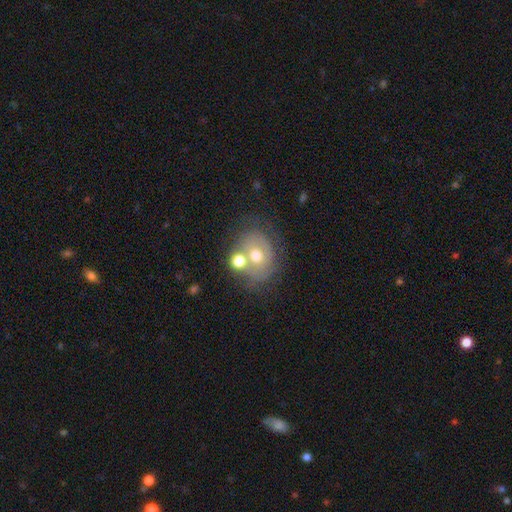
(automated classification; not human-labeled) Smooth or featured: smooth — 50% (featured or disk — 39%)
Merging: none — 42% (merger — 35%)